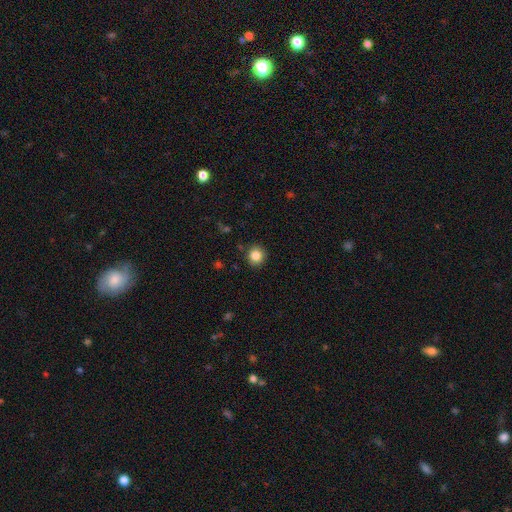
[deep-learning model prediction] Overall: smooth (85%). How rounded: round (88%). Merging: none (90%).